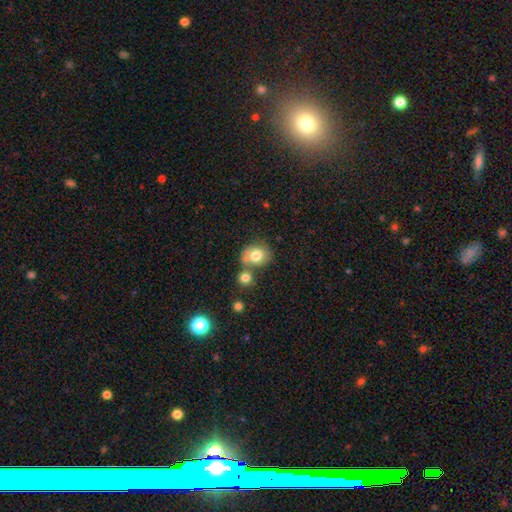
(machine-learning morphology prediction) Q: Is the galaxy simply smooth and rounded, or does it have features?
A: smooth — 74%.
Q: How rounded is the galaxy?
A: round — 63%.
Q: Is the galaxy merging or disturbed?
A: none — 48%.